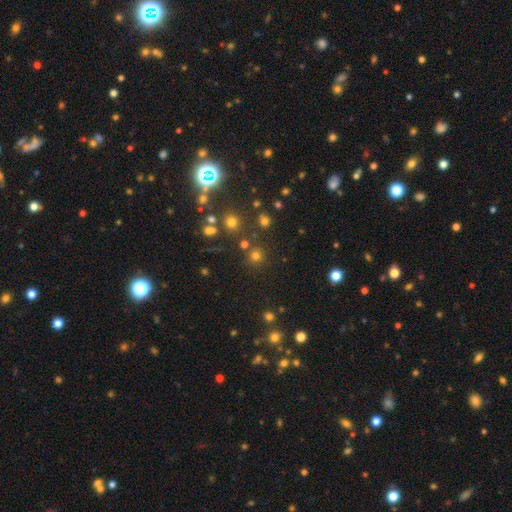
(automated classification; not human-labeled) A smooth galaxy with no disk features (71%) that is round (92%).

Vote fractions:
- Smooth or featured? smooth: 71% / star or artifact: 22% / featured or disk: 7%
- How rounded? round: 92% / in between: 7% / cigar-shaped: 1%
- Merging? none: 81% / minor disturbance: 8% / merger: 8% / major disturbance: 4%